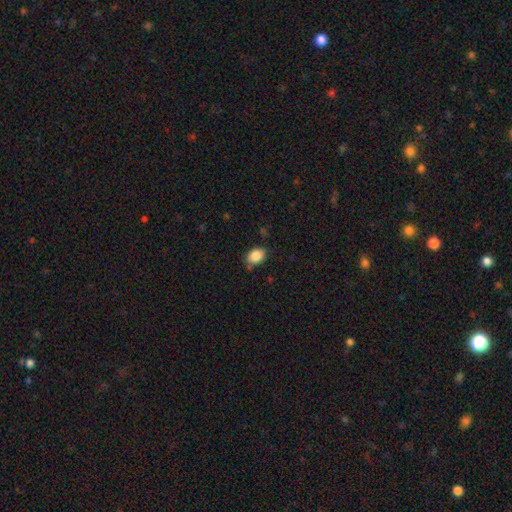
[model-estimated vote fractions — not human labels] Smooth or featured: smooth — 87% (star or artifact — 8%)
How rounded: in between — 71% (round — 28%)
Merging: none — 75% (minor disturbance — 19%)